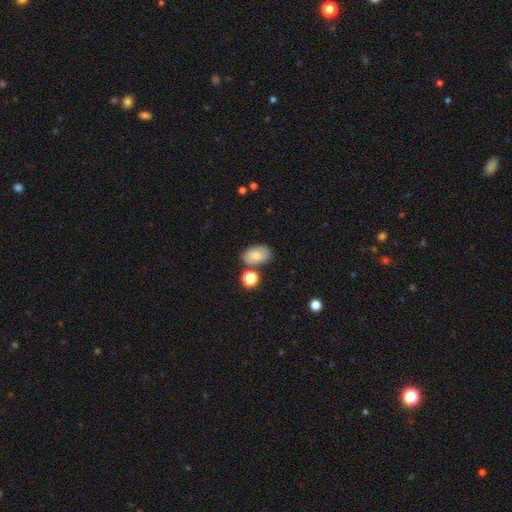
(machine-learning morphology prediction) Overall: smooth (75%). How rounded: in between (86%). Merging: none (68%).